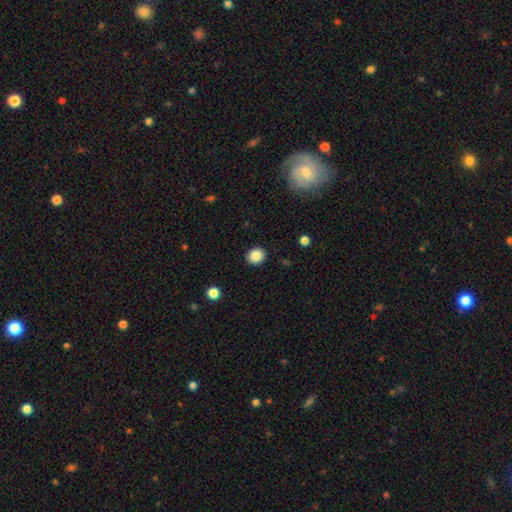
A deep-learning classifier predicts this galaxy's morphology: Q: Smooth or featured?
A: smooth (86%); runner-up: star or artifact (10%)
Q: How rounded?
A: round (78%); runner-up: in between (22%)
Q: Merging?
A: none (91%); runner-up: minor disturbance (6%)